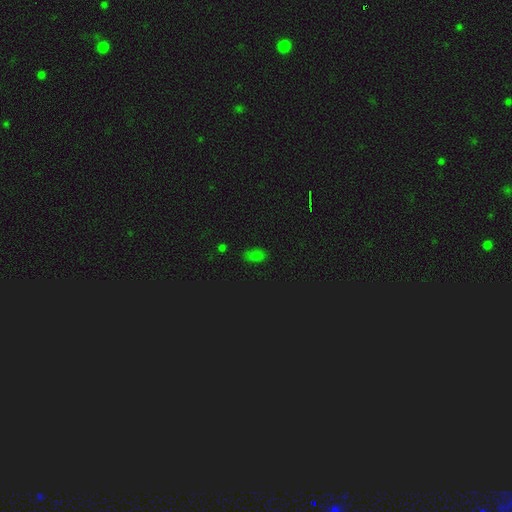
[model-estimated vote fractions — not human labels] Morphology: type=smooth (69%); roundness=in between (87%); merging=none (78%).